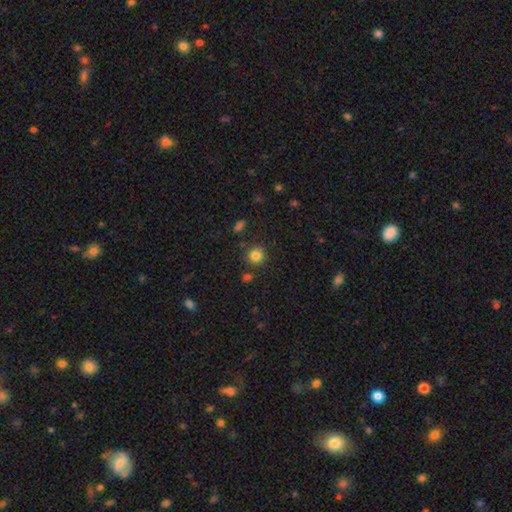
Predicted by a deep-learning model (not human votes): smooth_or_featured: smooth (p=0.83) [alt: star or artifact p=0.12]
how_rounded: round (p=0.89) [alt: in between p=0.10]
merging: none (p=0.83) [alt: minor disturbance p=0.09]